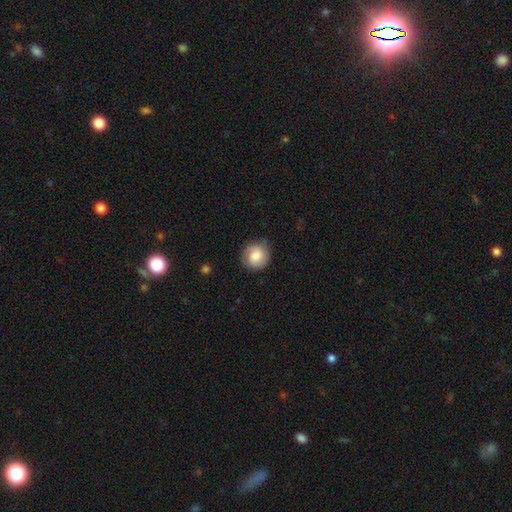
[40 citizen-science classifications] smooth-or-featured: smooth: 70% | featured or disk: 18% | star or artifact: 12%
  how-rounded: round: 93% | in between: 7% | cigar-shaped: 0%
  merging: none: 69% | minor disturbance: 29% | major disturbance: 3% | merger: 0%